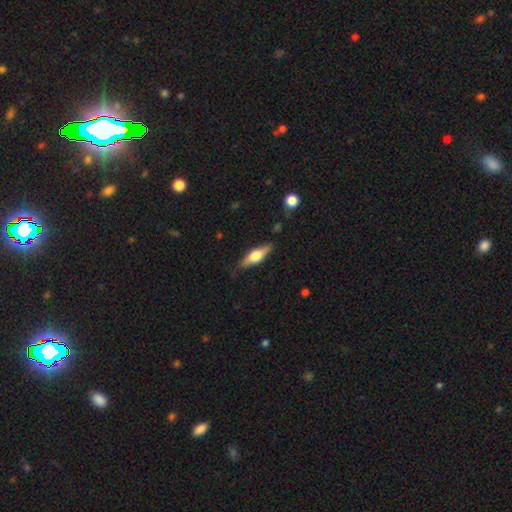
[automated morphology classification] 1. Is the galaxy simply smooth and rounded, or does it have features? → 51% featured or disk, 43% smooth, 6% star or artifact.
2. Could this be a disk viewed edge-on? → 93% yes, 7% no.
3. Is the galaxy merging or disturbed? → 82% none, 13% minor disturbance, 3% major disturbance, 2% merger.